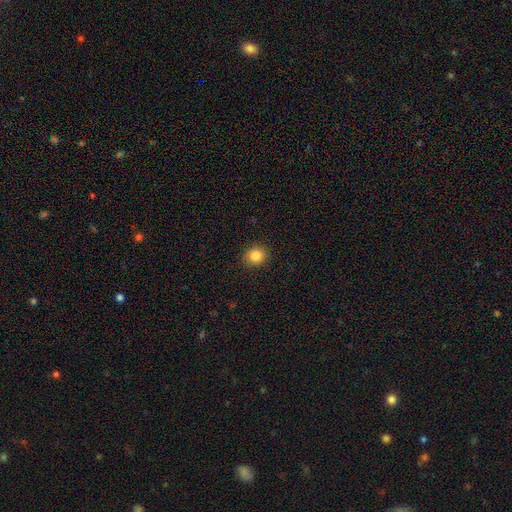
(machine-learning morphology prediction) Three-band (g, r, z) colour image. It shows a smooth galaxy with no disk features (84%) that is round (82%). Merging: none (91%).